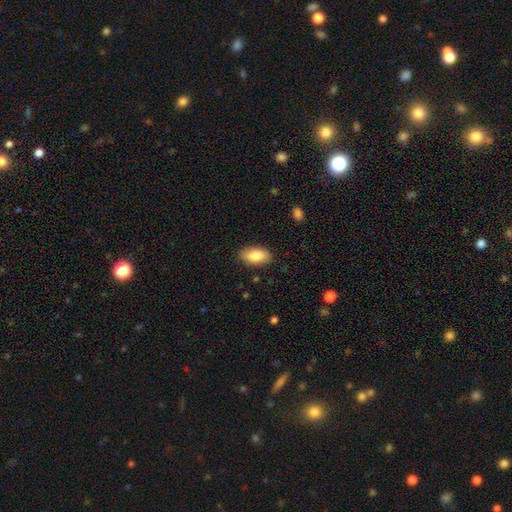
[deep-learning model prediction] Smooth or featured? Predicted: smooth (p=0.84). How rounded? Predicted: in between (p=0.93). Merging? Predicted: none (p=0.86).